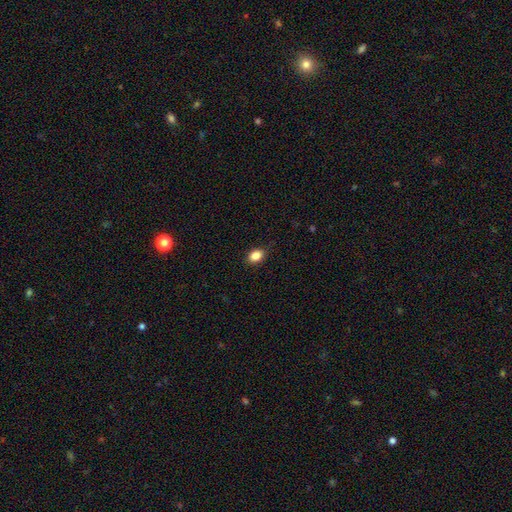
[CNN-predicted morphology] Smooth or featured?
  - smooth: 86% *
  - star or artifact: 9%
  - featured or disk: 5%
How rounded?
  - in between: 76% *
  - round: 23%
  - cigar-shaped: 1%
Merging?
  - none: 86% *
  - minor disturbance: 11%
  - major disturbance: 2%
  - merger: 1%